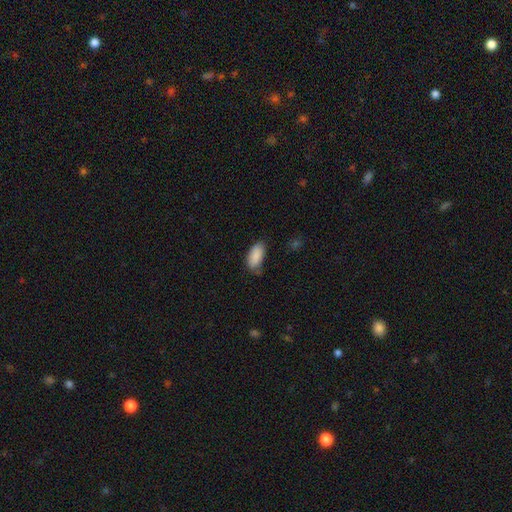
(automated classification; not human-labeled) smooth-or-featured: smooth: 89% | star or artifact: 7% | featured or disk: 5%
  how-rounded: in between: 91% | cigar-shaped: 7% | round: 2%
  merging: none: 66% | minor disturbance: 27% | major disturbance: 5% | merger: 2%